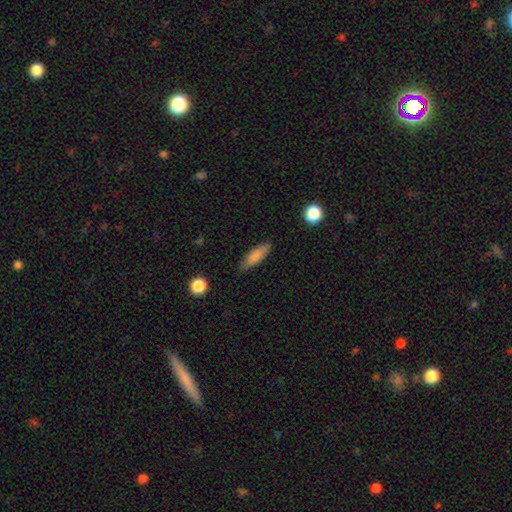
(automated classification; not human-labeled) smooth_or_featured: smooth (p=0.79) [alt: featured or disk p=0.14]
how_rounded: cigar-shaped (p=0.56) [alt: in between p=0.42]
merging: none (p=0.81) [alt: minor disturbance p=0.14]